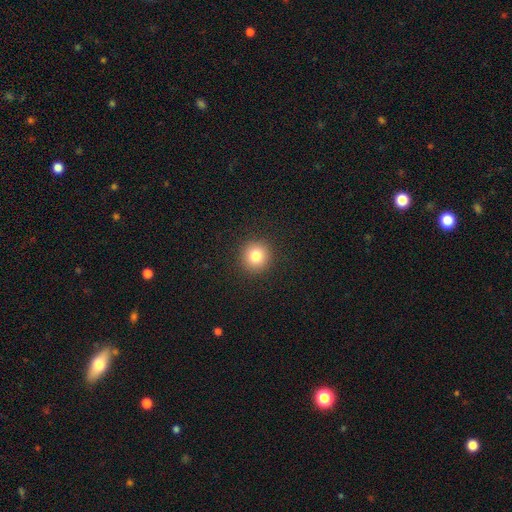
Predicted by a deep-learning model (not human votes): smooth 81%, star or artifact 12%, featured or disk 7%. Down the decision tree: how rounded — round (93%); merging — none (92%).